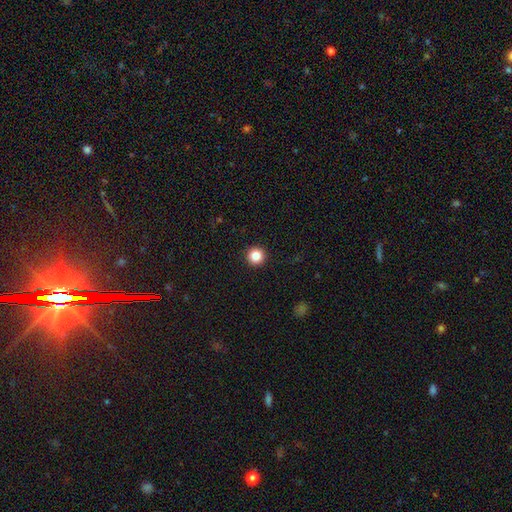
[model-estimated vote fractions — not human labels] The model was most divided on "smooth or featured": smooth: 85%, star or artifact: 11%, featured or disk: 4%. More confident: how rounded — round (96%); merging — none (94%).